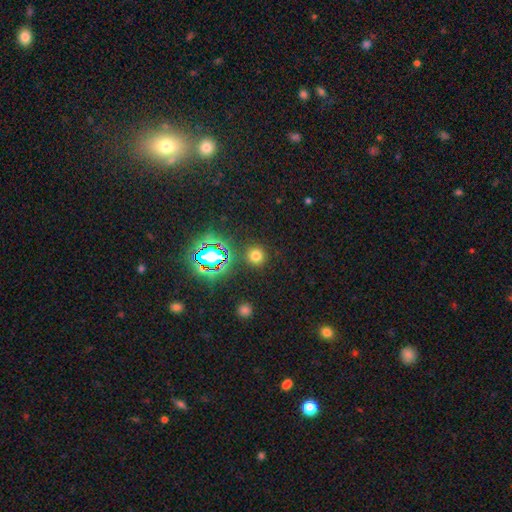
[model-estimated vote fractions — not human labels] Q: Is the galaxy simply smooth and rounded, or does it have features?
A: smooth — 67%.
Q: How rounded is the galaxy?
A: round — 92%.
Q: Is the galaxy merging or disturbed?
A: none — 88%.